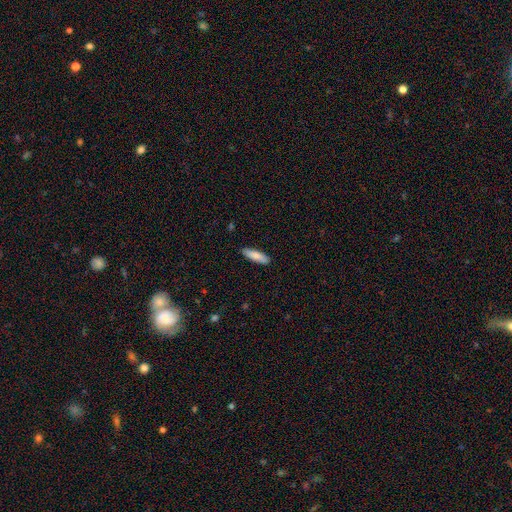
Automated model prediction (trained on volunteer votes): The model was most divided on "how rounded": cigar-shaped: 59%, in between: 39%, round: 2%. More confident: merging — none (88%); smooth or featured — smooth (82%).